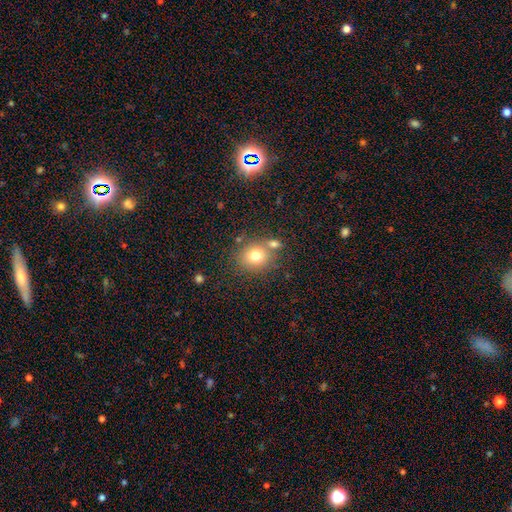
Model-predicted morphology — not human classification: A smooth galaxy with no disk features (76%) that is round (71%).

Vote fractions:
- Smooth or featured? smooth: 76% / star or artifact: 12% / featured or disk: 12%
- How rounded? round: 71% / in between: 28% / cigar-shaped: 1%
- Merging? none: 66% / merger: 19% / minor disturbance: 11% / major disturbance: 4%